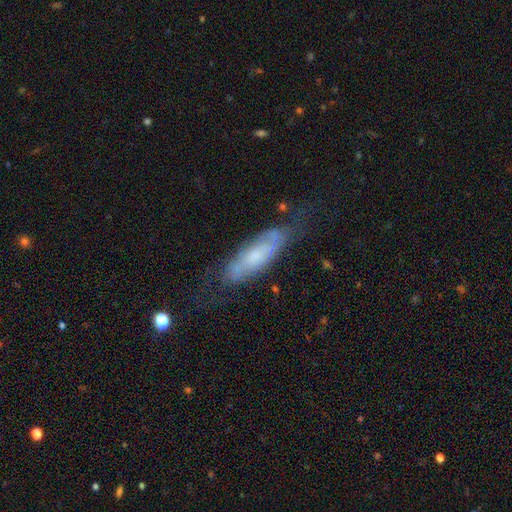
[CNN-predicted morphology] Smooth or featured?
  - featured or disk: 61% *
  - smooth: 31%
  - star or artifact: 8%
Edge-on disk?
  - no: 76% *
  - yes: 24%
Merging?
  - none: 61% *
  - minor disturbance: 25%
  - major disturbance: 12%
  - merger: 2%